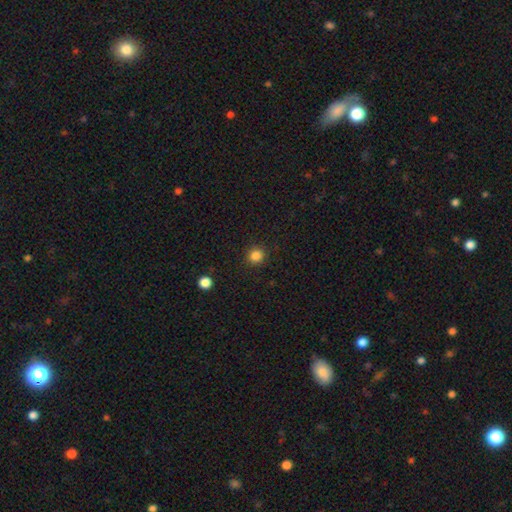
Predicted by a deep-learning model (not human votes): smooth-or-featured: smooth: 85% | star or artifact: 12% | featured or disk: 3%
  how-rounded: round: 90% | in between: 10% | cigar-shaped: 1%
  merging: none: 90% | minor disturbance: 6% | major disturbance: 2% | merger: 1%